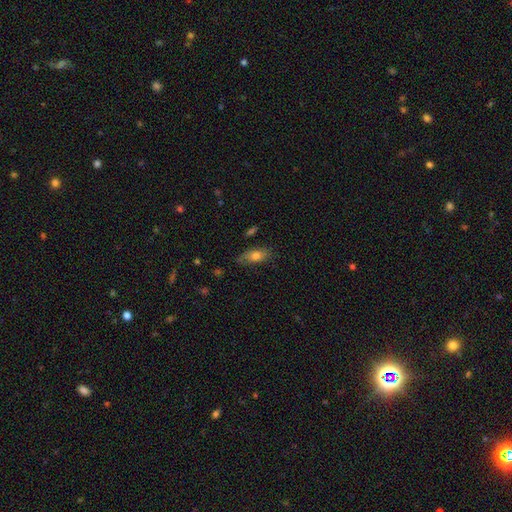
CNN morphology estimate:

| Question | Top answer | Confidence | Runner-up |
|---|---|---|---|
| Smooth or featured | smooth | 74% | featured or disk (18%) |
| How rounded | in between | 84% | cigar-shaped (12%) |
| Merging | none | 72% | minor disturbance (21%) |